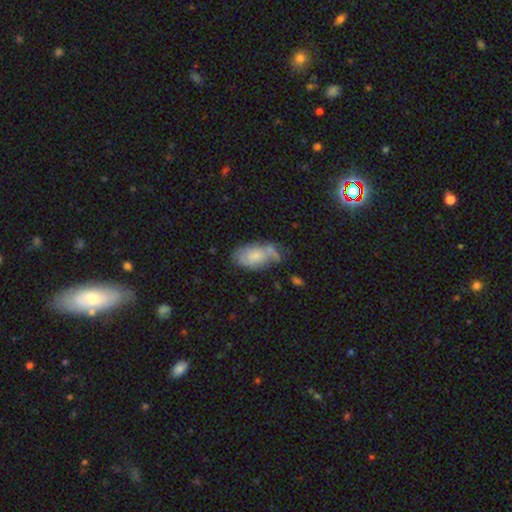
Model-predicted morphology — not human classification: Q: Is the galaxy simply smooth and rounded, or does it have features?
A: smooth — 63%.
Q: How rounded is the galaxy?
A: in between — 92%.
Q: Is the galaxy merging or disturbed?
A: none — 42%.